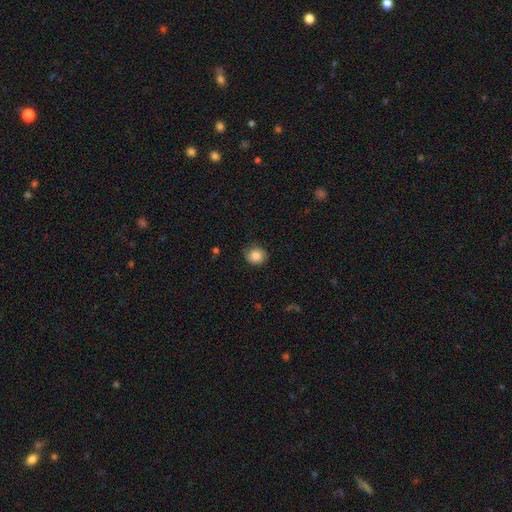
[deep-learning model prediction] Smooth or featured: smooth — 83% (featured or disk — 8%)
How rounded: round — 80% (in between — 19%)
Merging: none — 75% (minor disturbance — 19%)